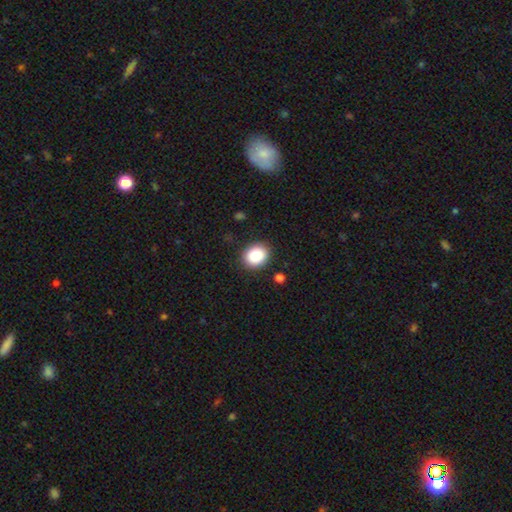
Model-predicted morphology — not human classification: A smooth galaxy with no disk features (84%) that is round (60%).

Vote fractions:
- Smooth or featured? smooth: 84% / star or artifact: 9% / featured or disk: 7%
- How rounded? round: 60% / in between: 39% / cigar-shaped: 1%
- Merging? none: 88% / minor disturbance: 8% / major disturbance: 2% / merger: 2%